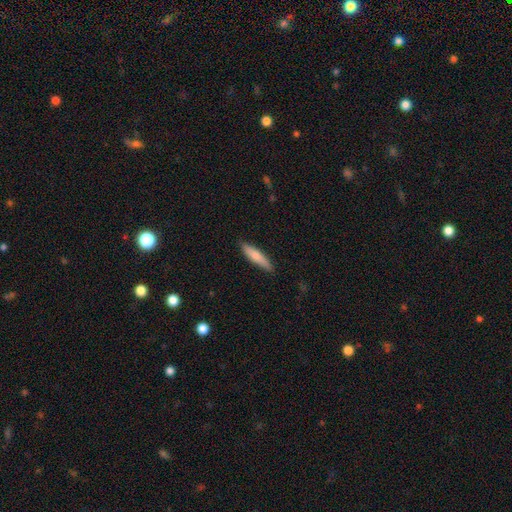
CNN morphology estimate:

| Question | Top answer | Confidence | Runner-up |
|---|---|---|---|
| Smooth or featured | smooth | 76% | featured or disk (19%) |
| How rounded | cigar-shaped | 79% | in between (19%) |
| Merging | none | 87% | minor disturbance (10%) |